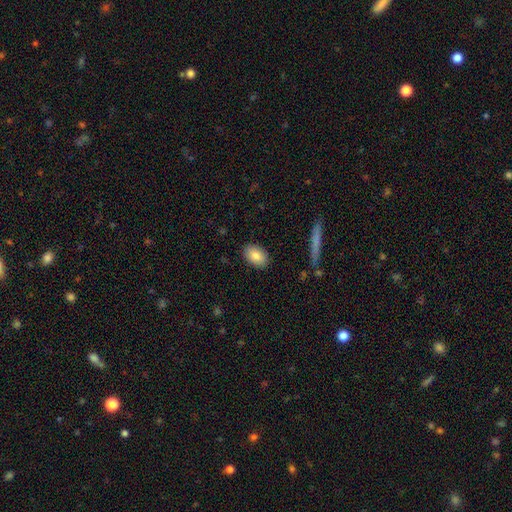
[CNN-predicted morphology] type=smooth (83%); roundness=in between (89%); merging=none (88%).